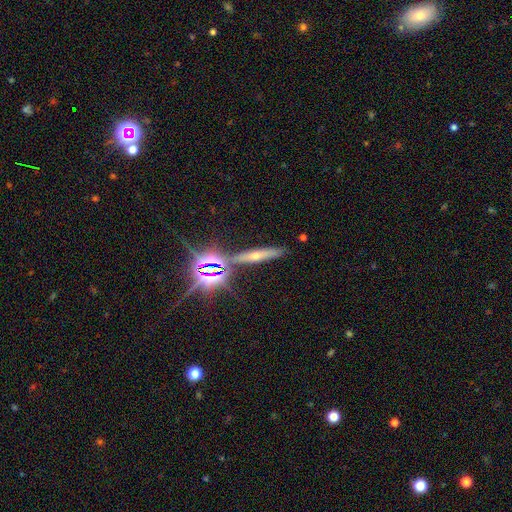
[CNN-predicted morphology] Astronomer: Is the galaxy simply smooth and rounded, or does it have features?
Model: featured or disk — 37%, tied with star or artifact at 37%.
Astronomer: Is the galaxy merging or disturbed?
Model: none — 84%.